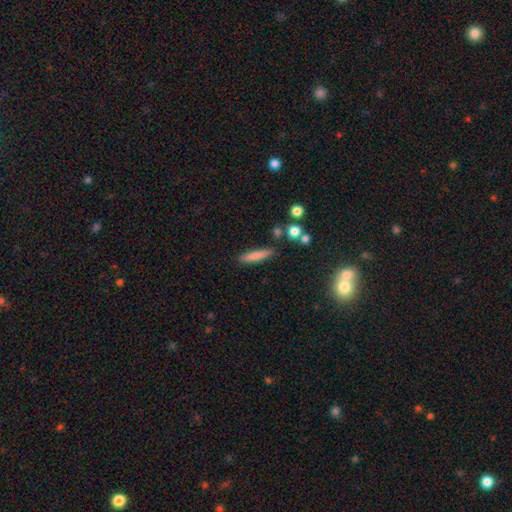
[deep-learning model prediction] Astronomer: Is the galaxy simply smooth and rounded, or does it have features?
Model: smooth — 78%.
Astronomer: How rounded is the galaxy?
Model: cigar-shaped — 85%.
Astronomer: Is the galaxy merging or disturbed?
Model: none — 83%.